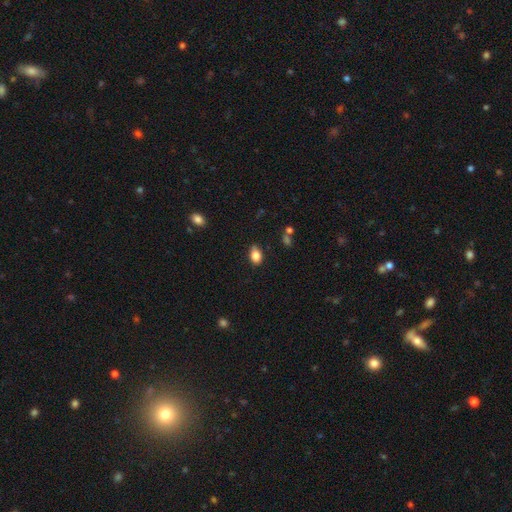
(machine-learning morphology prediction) Smooth or featured: smooth — 85% (star or artifact — 9%)
How rounded: in between — 85% (round — 13%)
Merging: none — 78% (minor disturbance — 17%)